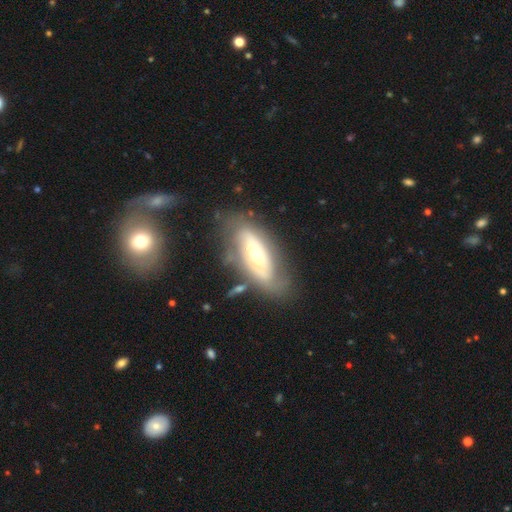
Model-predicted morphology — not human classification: featured or disk 63%, smooth 31%, star or artifact 6%. Down the decision tree: edge-on disk — no (84%); bar — no (75%); spiral arms — yes (54%); bulge size — moderate (51%); merging — none (65%).